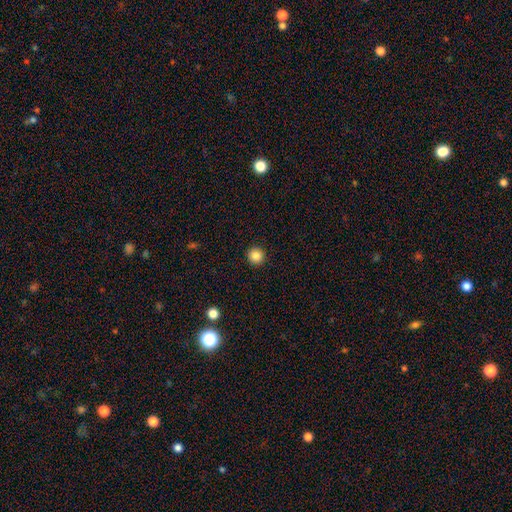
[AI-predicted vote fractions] Smooth or featured?
  - smooth: 86% *
  - star or artifact: 10%
  - featured or disk: 4%
How rounded?
  - round: 95% *
  - in between: 4%
  - cigar-shaped: 1%
Merging?
  - none: 93% *
  - minor disturbance: 4%
  - major disturbance: 2%
  - merger: 1%